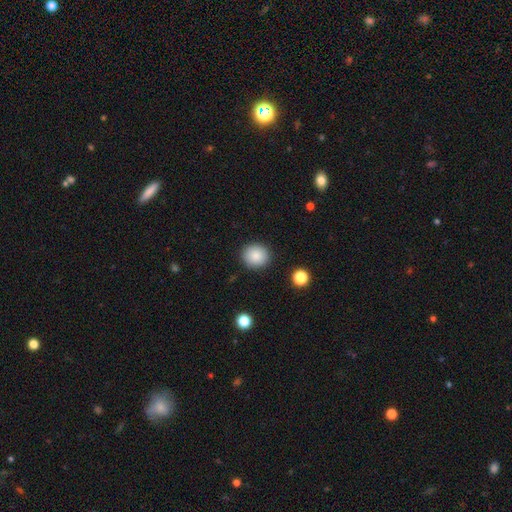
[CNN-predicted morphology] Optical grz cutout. It shows a smooth galaxy with no disk features (87%) that is round (85%). Merging: none (90%).